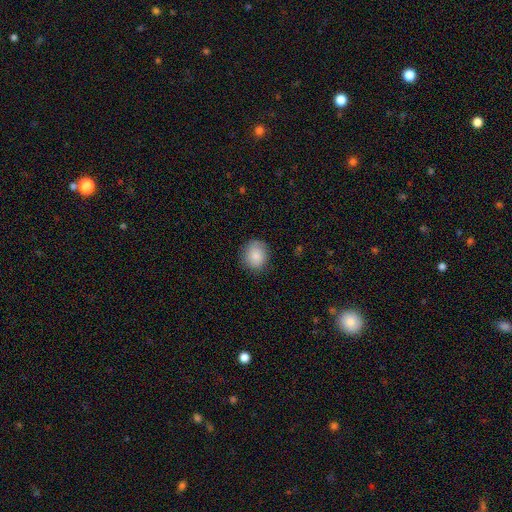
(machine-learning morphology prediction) smooth 86%, star or artifact 7%, featured or disk 7%. Down the decision tree: how rounded — round (77%); merging — none (83%).